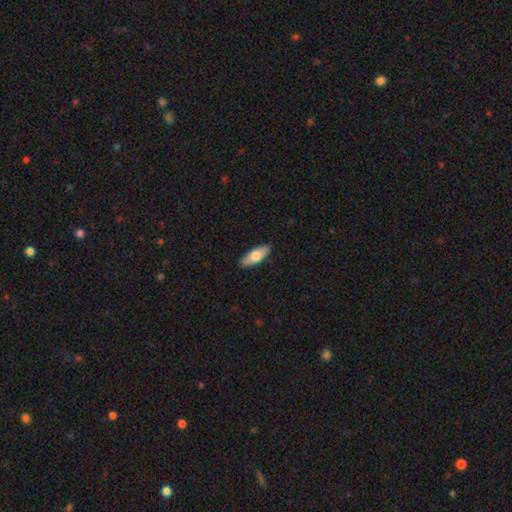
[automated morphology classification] Q: Smooth or featured?
A: smooth (73%); runner-up: featured or disk (22%)
Q: How rounded?
A: in between (70%); runner-up: cigar-shaped (28%)
Q: Merging?
A: none (89%); runner-up: minor disturbance (8%)